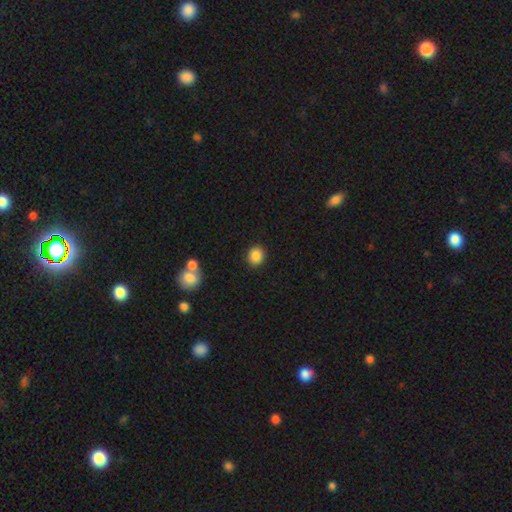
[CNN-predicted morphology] Smooth or featured: smooth — 87% (star or artifact — 9%)
How rounded: round — 75% (in between — 24%)
Merging: none — 89% (minor disturbance — 6%)